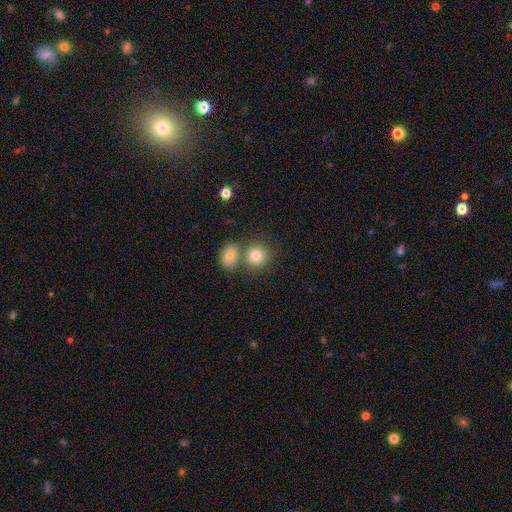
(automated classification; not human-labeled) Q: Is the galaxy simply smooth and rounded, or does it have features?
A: smooth — 81%.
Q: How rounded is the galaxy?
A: round — 84%.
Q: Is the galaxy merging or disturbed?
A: none — 61%.